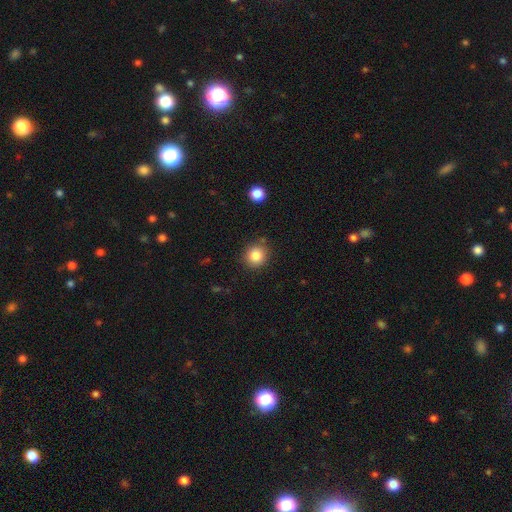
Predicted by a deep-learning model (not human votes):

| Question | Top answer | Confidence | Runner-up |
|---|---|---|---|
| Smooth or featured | smooth | 85% | star or artifact (10%) |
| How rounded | round | 89% | in between (10%) |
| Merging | none | 85% | minor disturbance (9%) |